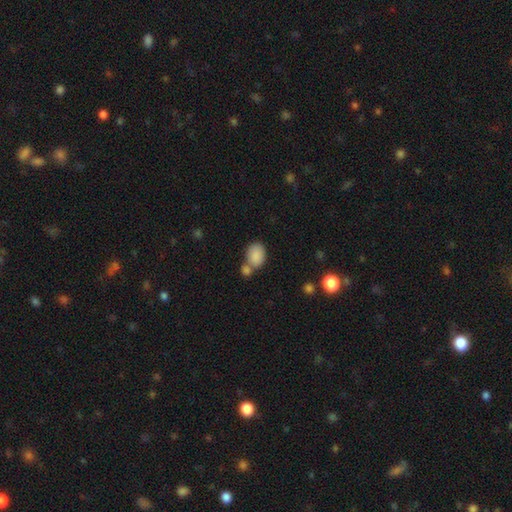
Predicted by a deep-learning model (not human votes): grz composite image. It shows a smooth galaxy with no disk features (86%) that is in between round and cigar-shaped (76%). Merging: none (44%).